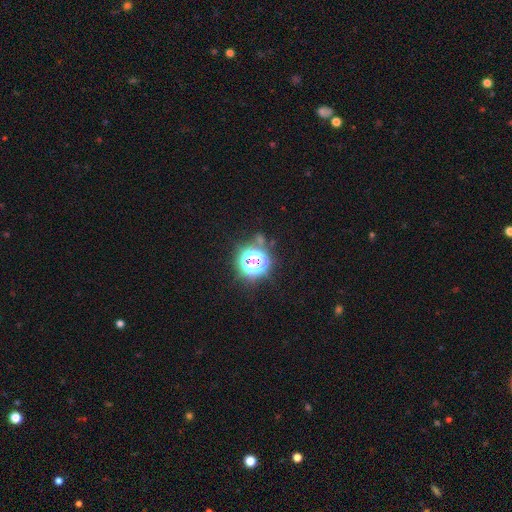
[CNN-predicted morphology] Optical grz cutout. It shows a star or artifact, not a galaxy (75%).